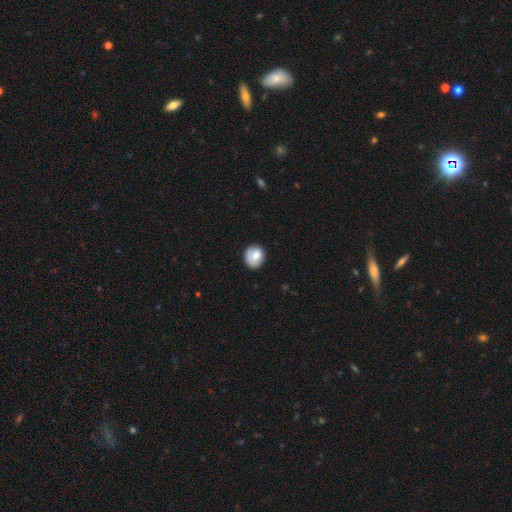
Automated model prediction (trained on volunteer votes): Overall: smooth (74%). How rounded: round (74%). Merging: none (72%).